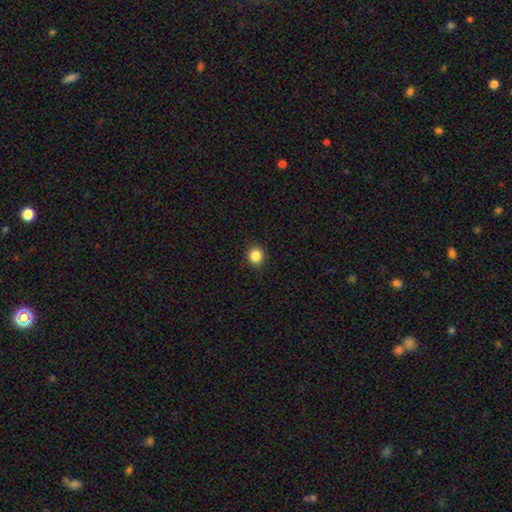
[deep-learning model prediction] smooth 86%, star or artifact 10%, featured or disk 4%. Down the decision tree: how rounded — round (85%); merging — none (92%).